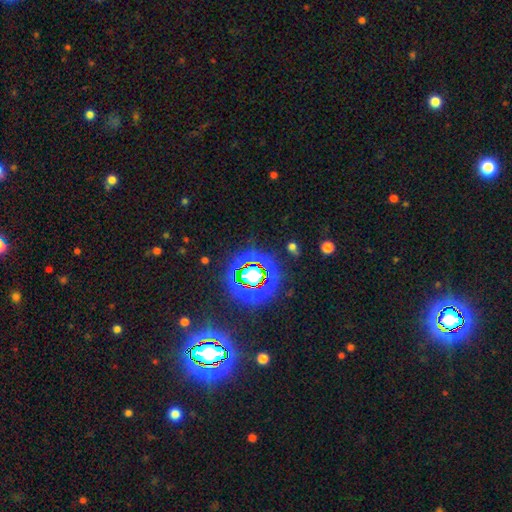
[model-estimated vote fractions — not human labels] Morphology: type=star or artifact (82%).